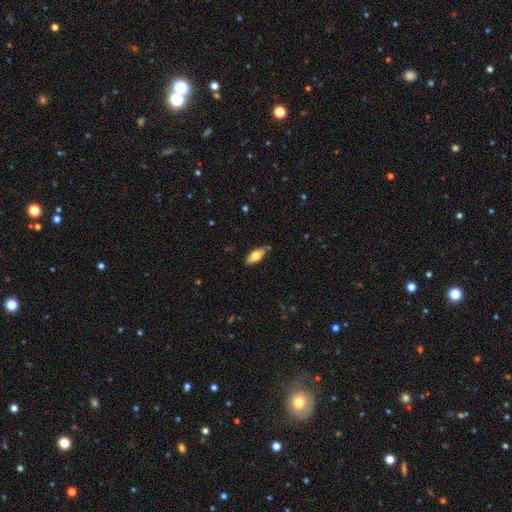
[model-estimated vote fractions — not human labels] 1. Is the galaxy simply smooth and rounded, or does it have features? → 72% smooth, 22% featured or disk, 6% star or artifact.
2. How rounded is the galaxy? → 84% in between, 14% cigar-shaped, 2% round.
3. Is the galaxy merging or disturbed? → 79% none, 16% minor disturbance, 3% merger, 3% major disturbance.